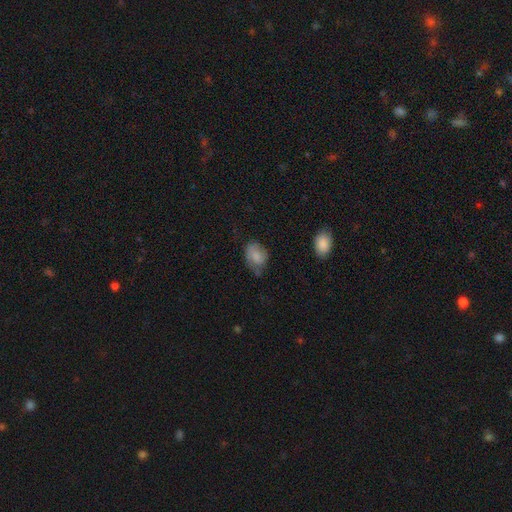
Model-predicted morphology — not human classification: Smooth or featured? Predicted: smooth (p=0.73). How rounded? Predicted: in between (p=0.75). Merging? Predicted: none (p=0.50).